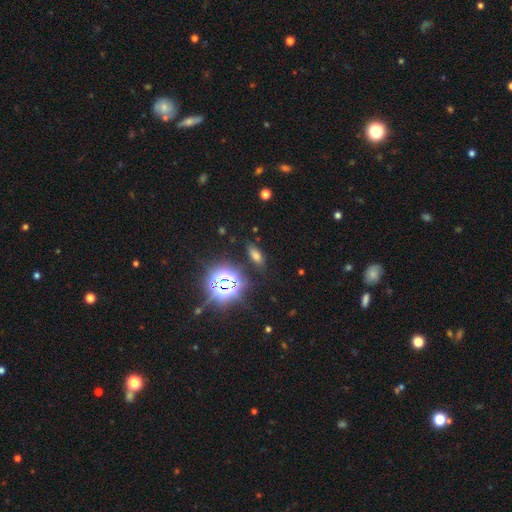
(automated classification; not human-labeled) Smooth or featured?
  - smooth: 55% *
  - star or artifact: 35%
  - featured or disk: 10%
How rounded?
  - in between: 76% *
  - cigar-shaped: 16%
  - round: 8%
Merging?
  - none: 83% *
  - minor disturbance: 11%
  - major disturbance: 4%
  - merger: 3%